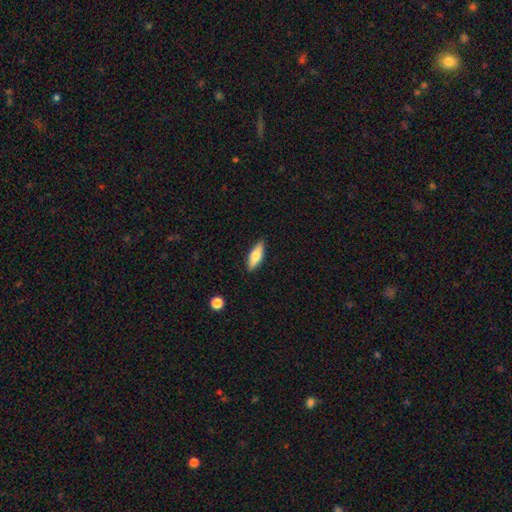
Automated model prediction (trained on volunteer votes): This is likely a smooth galaxy (64%). How rounded: possibly in between (58%). Merging: clearly none (87%).